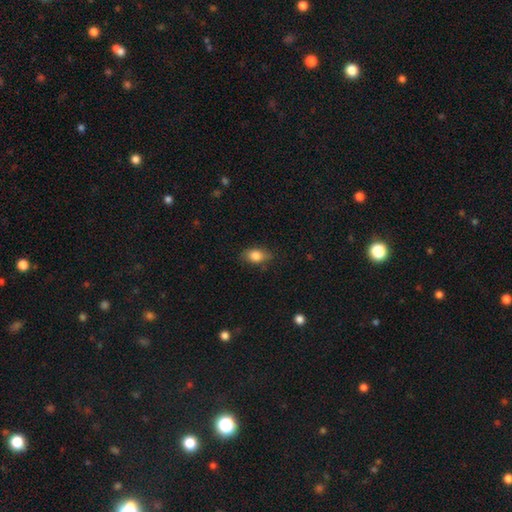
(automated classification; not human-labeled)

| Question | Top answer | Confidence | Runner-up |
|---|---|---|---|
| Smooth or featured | smooth | 83% | featured or disk (9%) |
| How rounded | in between | 81% | round (17%) |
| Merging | none | 74% | minor disturbance (20%) |